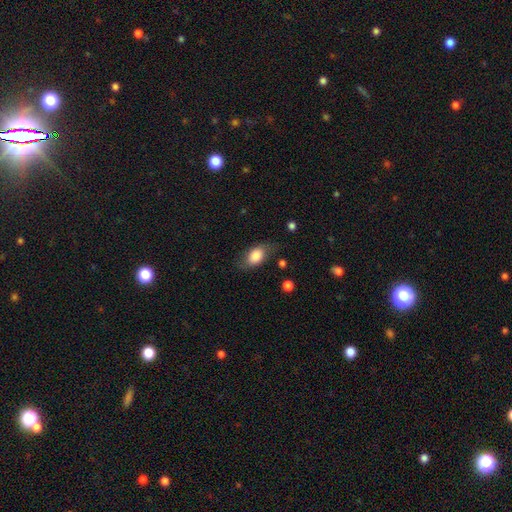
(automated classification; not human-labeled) The model was most divided on "merging": none: 66%, minor disturbance: 23%, major disturbance: 9%, merger: 2%. More confident: how rounded — in between (86%); smooth or featured — smooth (77%).